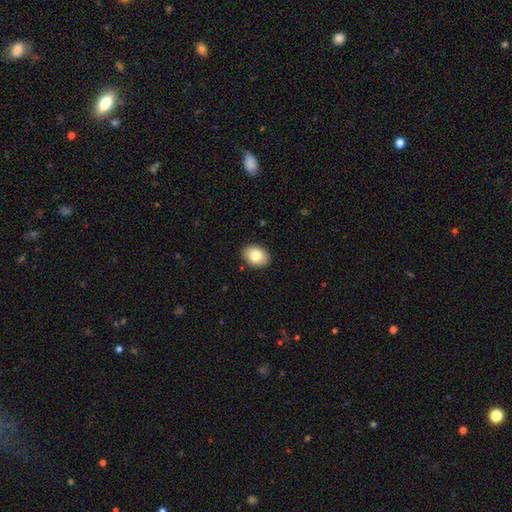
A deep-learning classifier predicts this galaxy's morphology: Smooth or featured? Predicted: smooth (p=0.82). How rounded? Predicted: in between (p=0.74). Merging? Predicted: none (p=0.89).